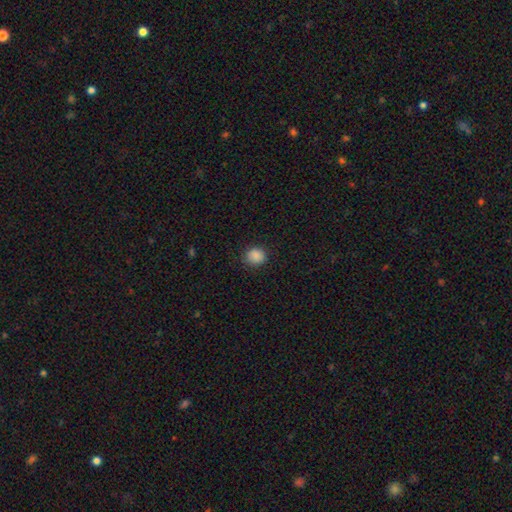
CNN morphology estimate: Q: Smooth or featured?
A: smooth (87%); runner-up: star or artifact (9%)
Q: How rounded?
A: round (78%); runner-up: in between (21%)
Q: Merging?
A: none (86%); runner-up: minor disturbance (10%)